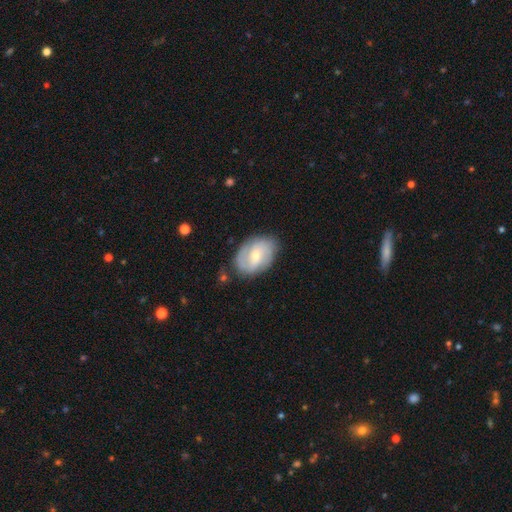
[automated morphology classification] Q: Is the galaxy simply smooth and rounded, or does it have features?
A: featured or disk — 66%.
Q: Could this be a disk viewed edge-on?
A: no — 97%.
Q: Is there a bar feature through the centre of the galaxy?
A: no — 48%.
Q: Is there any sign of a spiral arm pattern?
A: yes — 86%.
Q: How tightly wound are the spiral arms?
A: medium — 42%.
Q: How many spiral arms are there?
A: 2 — 50%.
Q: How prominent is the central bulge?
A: small — 54%.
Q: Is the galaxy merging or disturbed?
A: none — 76%.